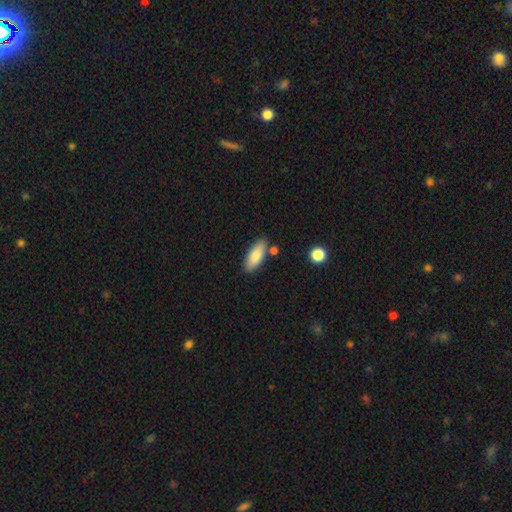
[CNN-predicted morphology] smooth_or_featured: smooth (p=0.82) [alt: featured or disk p=0.12]
how_rounded: in between (p=0.77) [alt: cigar-shaped p=0.21]
merging: none (p=0.79) [alt: minor disturbance p=0.12]